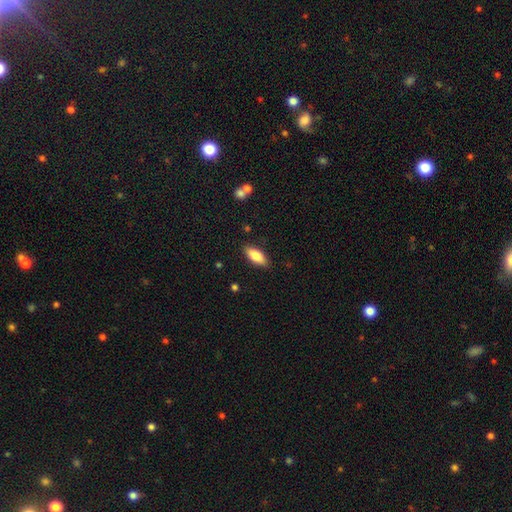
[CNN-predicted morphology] This appears to be a smooth galaxy with no disk features (81%) that is in between round and cigar-shaped (78%). Merging: none (87%).